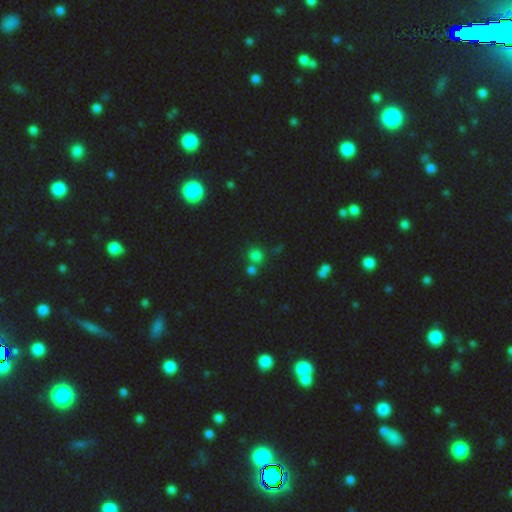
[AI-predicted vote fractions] The model was most divided on "merging": none: 61%, merger: 26%, minor disturbance: 9%, major disturbance: 4%. More confident: how rounded — round (87%); smooth or featured — smooth (68%).